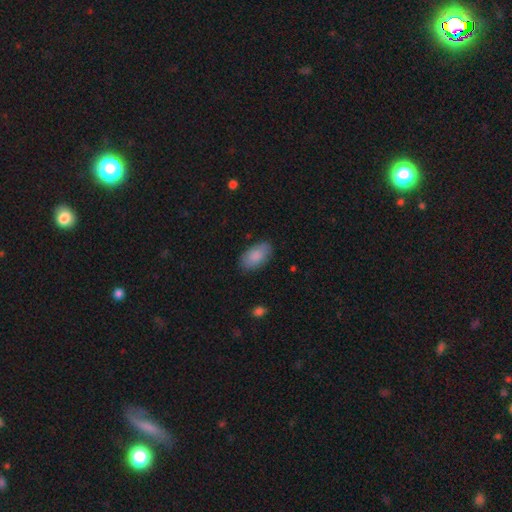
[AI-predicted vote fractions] This appears to be a smooth galaxy with no disk features (86%) that is in between round and cigar-shaped (95%). Merging: none (82%).